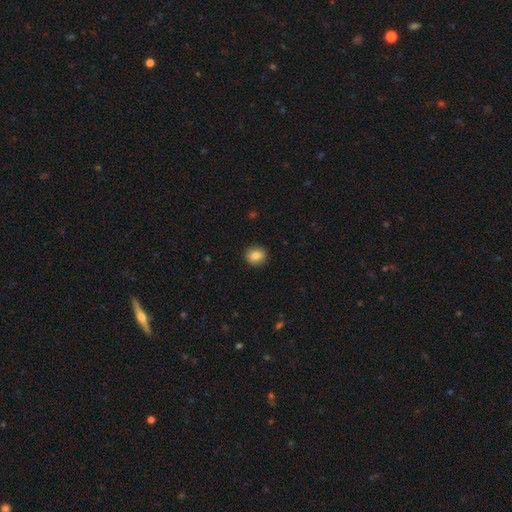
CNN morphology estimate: A smooth galaxy with no disk features (84%) that is round (74%).

Vote fractions:
- Smooth or featured? smooth: 84% / star or artifact: 9% / featured or disk: 7%
- How rounded? round: 74% / in between: 25% / cigar-shaped: 1%
- Merging? none: 91% / minor disturbance: 6% / major disturbance: 2% / merger: 1%